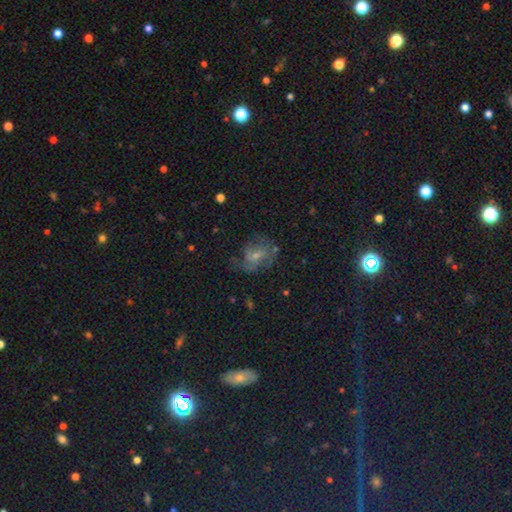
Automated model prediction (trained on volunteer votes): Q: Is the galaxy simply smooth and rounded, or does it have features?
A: featured or disk — 62%.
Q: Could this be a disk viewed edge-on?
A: no — 97%.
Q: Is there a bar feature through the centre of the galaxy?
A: no — 48%.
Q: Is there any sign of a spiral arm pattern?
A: yes — 78%.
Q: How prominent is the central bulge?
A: small — 58%.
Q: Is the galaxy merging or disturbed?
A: none — 51%.